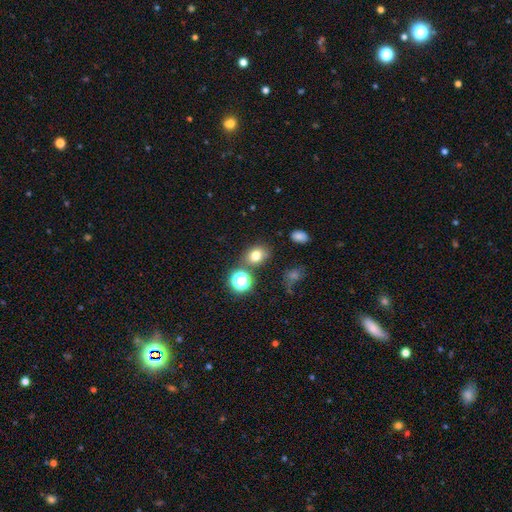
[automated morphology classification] Overall: smooth (74%). How rounded: round (50%; in between 49%). Merging: none (75%).